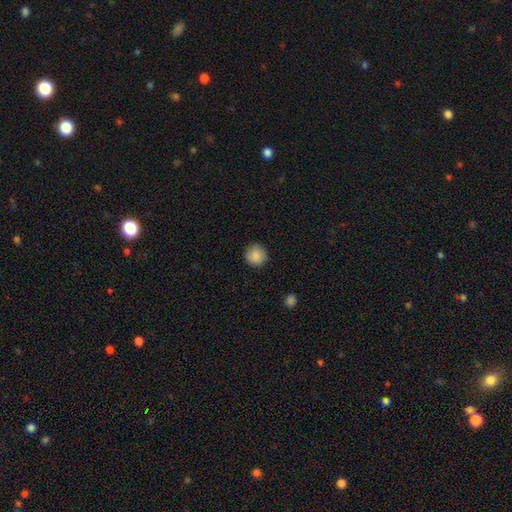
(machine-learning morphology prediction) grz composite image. It shows a smooth galaxy with no disk features (88%) that is round (94%). Merging: none (90%).